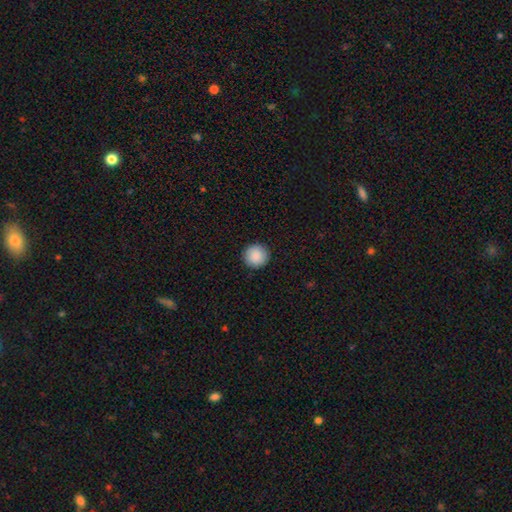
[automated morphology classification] This appears to be a smooth galaxy with no disk features (89%) that is round (96%). Merging: none (93%).